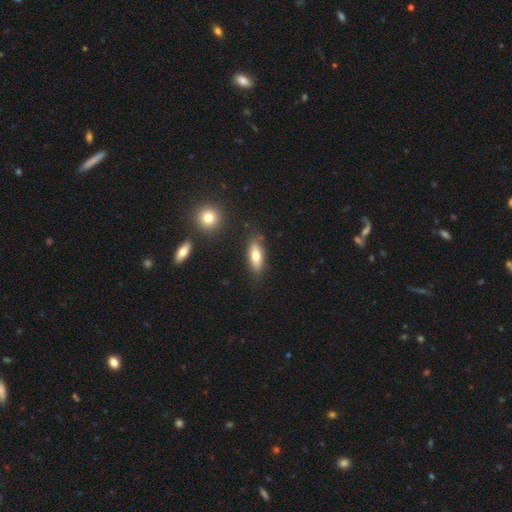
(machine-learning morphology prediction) The model was most divided on "how rounded": in between: 70%, cigar-shaped: 27%, round: 3%. More confident: merging — none (82%); smooth or featured — smooth (72%).